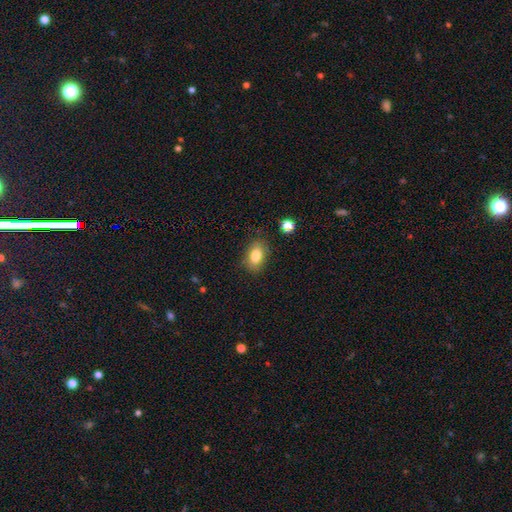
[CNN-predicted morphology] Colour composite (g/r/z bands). It shows a smooth galaxy with no disk features (83%) that is in between round and cigar-shaped (86%). Merging: none (83%).